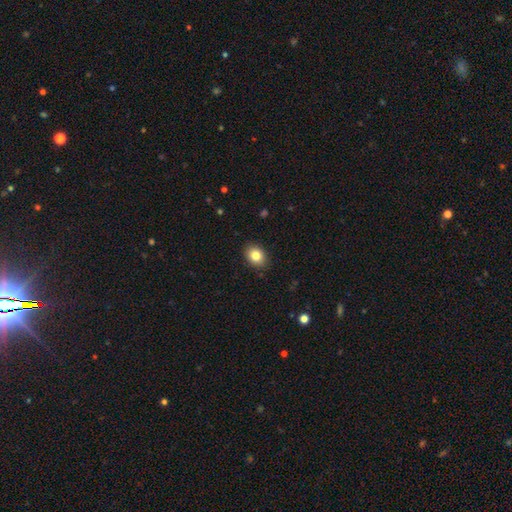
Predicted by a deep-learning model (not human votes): Smooth or featured? Predicted: smooth (p=0.82). How rounded? Predicted: in between (p=0.61). Merging? Predicted: none (p=0.89).